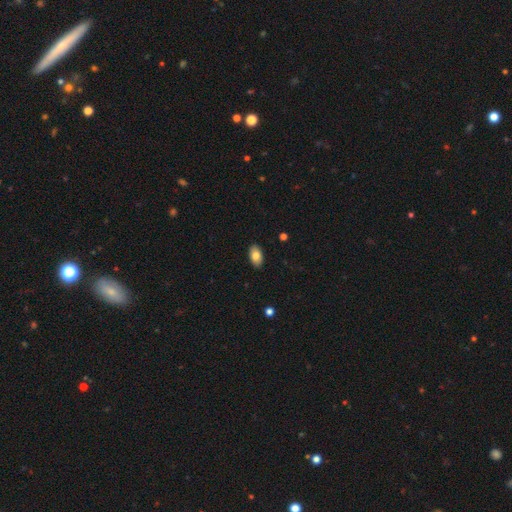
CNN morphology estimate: This is clearly a smooth galaxy (82%). How rounded: clearly in between (94%). Merging: clearly none (89%).